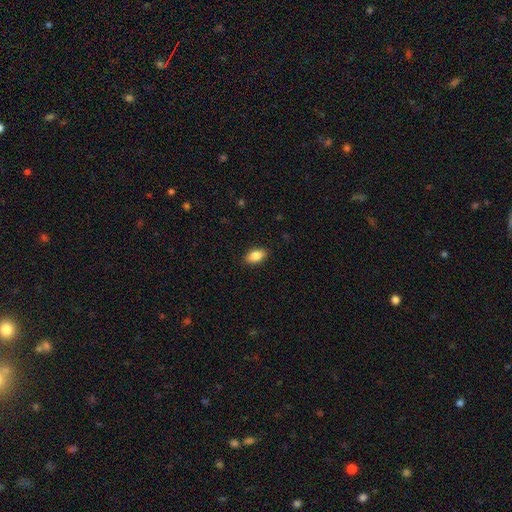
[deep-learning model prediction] Smooth or featured: smooth — 86% (star or artifact — 8%)
How rounded: in between — 90% (round — 6%)
Merging: none — 88% (minor disturbance — 9%)